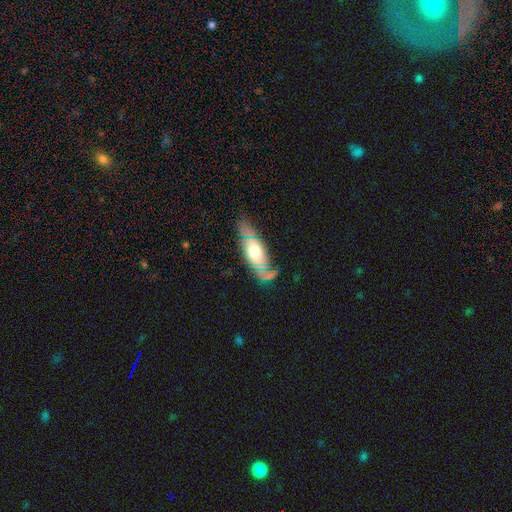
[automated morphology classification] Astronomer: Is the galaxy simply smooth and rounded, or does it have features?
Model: featured or disk — 61%.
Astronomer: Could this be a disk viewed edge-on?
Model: no — 73%.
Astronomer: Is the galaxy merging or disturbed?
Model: none — 58%.